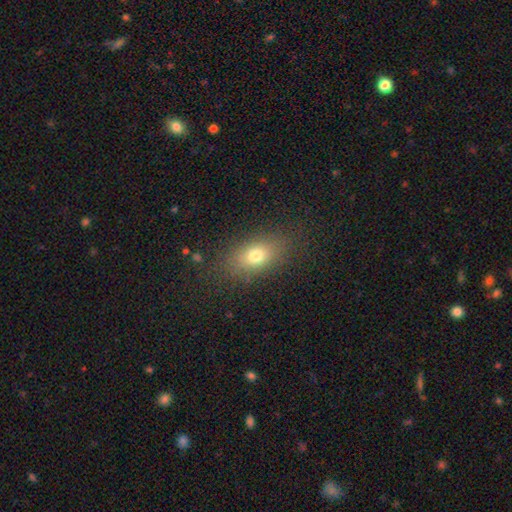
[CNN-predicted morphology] A smooth galaxy with no disk features (75%) that is in between round and cigar-shaped (79%).

Vote fractions:
- Smooth or featured? smooth: 75% / featured or disk: 14% / star or artifact: 12%
- How rounded? in between: 79% / round: 15% / cigar-shaped: 6%
- Merging? none: 83% / minor disturbance: 11% / major disturbance: 5% / merger: 1%